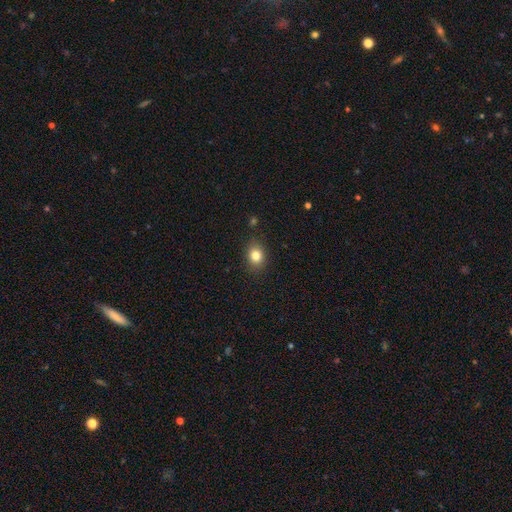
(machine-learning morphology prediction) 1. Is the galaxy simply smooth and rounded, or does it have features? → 82% smooth, 11% star or artifact, 7% featured or disk.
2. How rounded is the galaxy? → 52% in between, 47% round, 1% cigar-shaped.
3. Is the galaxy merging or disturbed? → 85% none, 11% minor disturbance, 3% major disturbance, 1% merger.